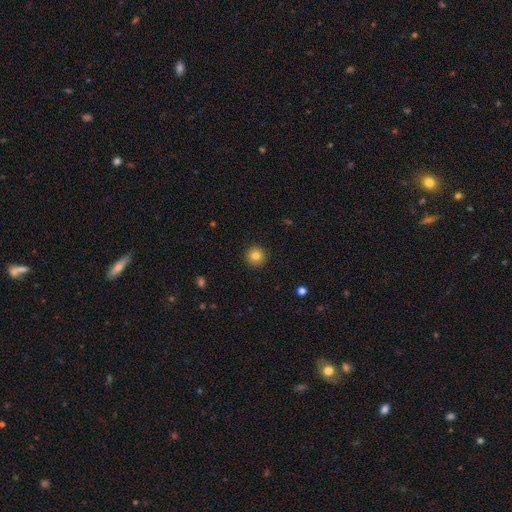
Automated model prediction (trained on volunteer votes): smooth_or_featured: smooth (p=0.82) [alt: star or artifact p=0.11]
how_rounded: round (p=0.96) [alt: in between p=0.04]
merging: none (p=0.92) [alt: minor disturbance p=0.05]